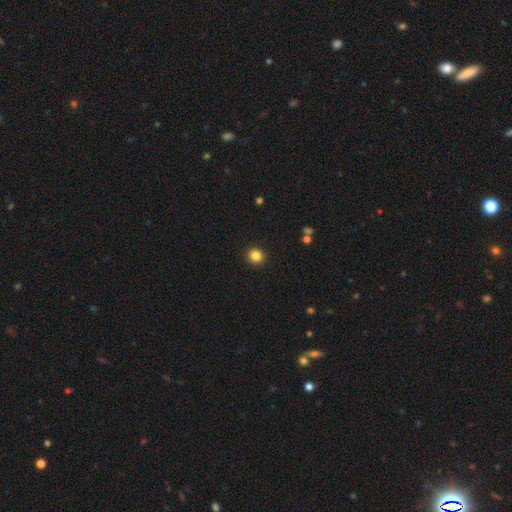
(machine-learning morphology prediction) Smooth or featured: smooth — 85% (star or artifact — 11%)
How rounded: round — 84% (in between — 15%)
Merging: none — 92% (minor disturbance — 5%)